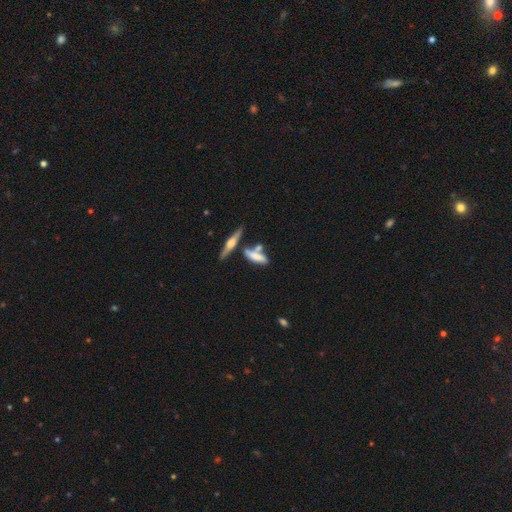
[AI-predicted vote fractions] smooth-or-featured: smooth: 58% | featured or disk: 33% | star or artifact: 9%
  how-rounded: cigar-shaped: 51% | in between: 45% | round: 4%
  merging: none: 47% | merger: 32% | minor disturbance: 15% | major disturbance: 6%